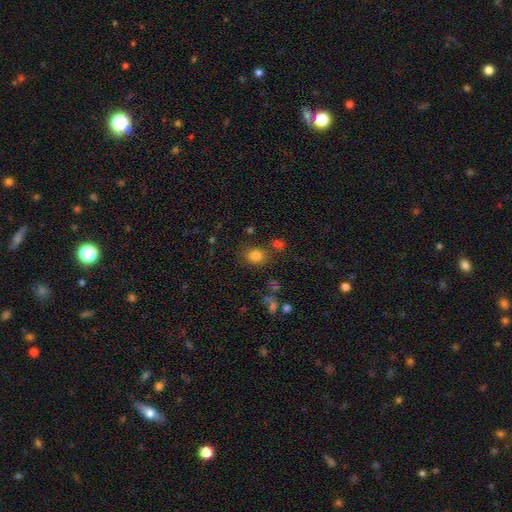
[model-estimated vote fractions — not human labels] Smooth or featured? smooth (80%)
How rounded? round (61%)
Merging? none (76%)